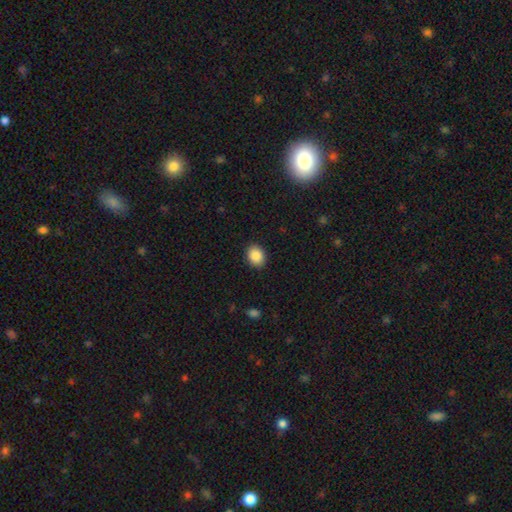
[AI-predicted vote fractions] Q: Smooth or featured?
A: smooth (88%); runner-up: star or artifact (8%)
Q: How rounded?
A: in between (61%); runner-up: round (38%)
Q: Merging?
A: none (90%); runner-up: minor disturbance (7%)